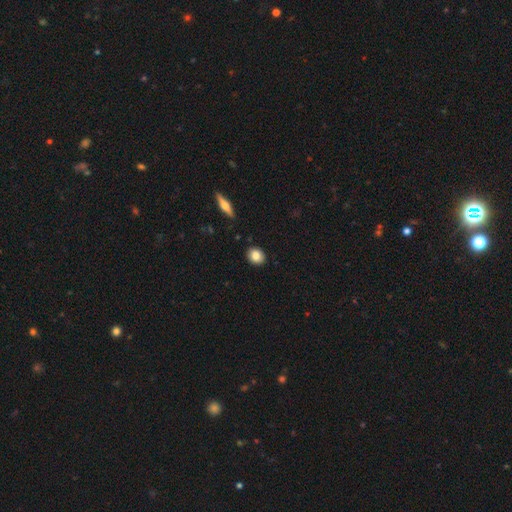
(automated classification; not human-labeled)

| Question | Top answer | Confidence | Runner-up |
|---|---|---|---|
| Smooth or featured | smooth | 82% | featured or disk (10%) |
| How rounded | round | 64% | in between (34%) |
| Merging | none | 90% | minor disturbance (7%) |